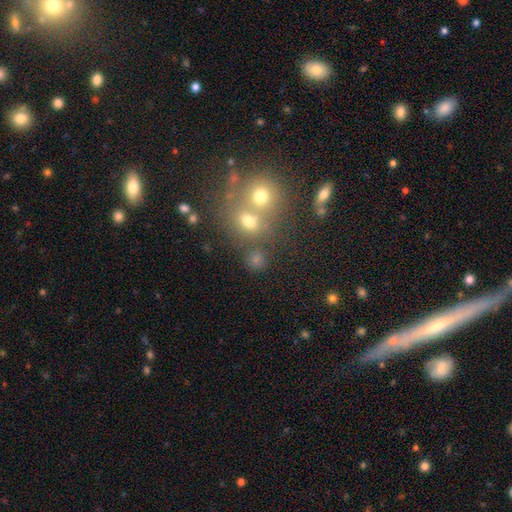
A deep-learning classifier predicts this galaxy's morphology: A smooth galaxy with no disk features (58%) that is round (74%).

Vote fractions:
- Smooth or featured? smooth: 58% / star or artifact: 26% / featured or disk: 15%
- How rounded? round: 74% / in between: 24% / cigar-shaped: 2%
- Merging? none: 48% / merger: 39% / minor disturbance: 8% / major disturbance: 5%